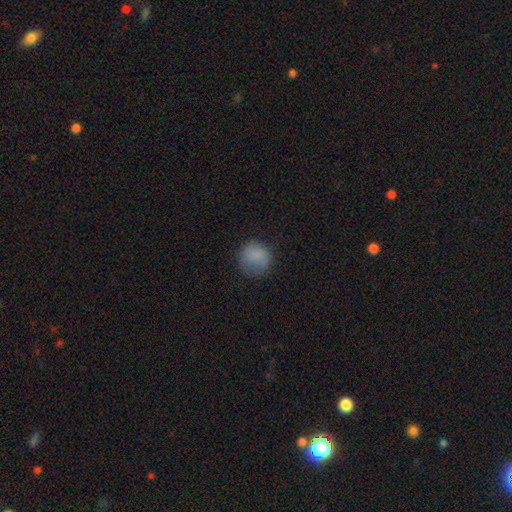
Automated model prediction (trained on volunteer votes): smooth_or_featured: smooth (p=0.83) [alt: star or artifact p=0.10]
how_rounded: round (p=0.90) [alt: in between p=0.10]
merging: none (p=0.73) [alt: minor disturbance p=0.19]